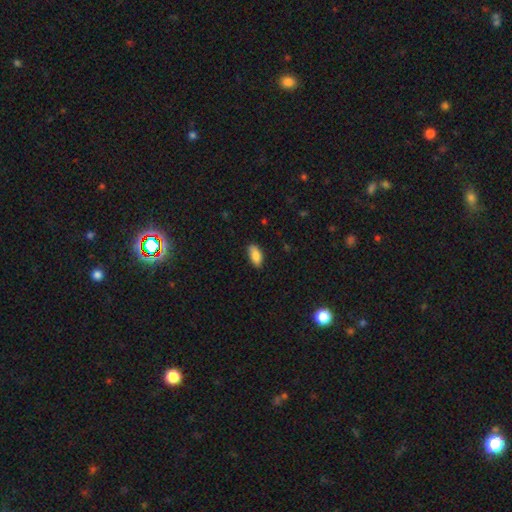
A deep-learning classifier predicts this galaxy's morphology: type=smooth (84%); roundness=in between (90%); merging=none (82%).